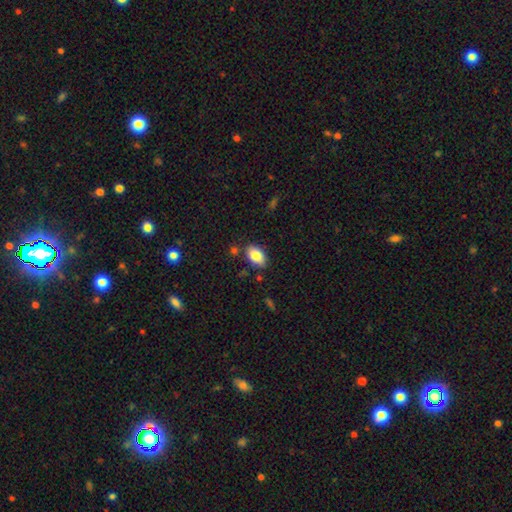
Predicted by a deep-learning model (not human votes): A smooth galaxy with no disk features (84%) that is in between round and cigar-shaped (91%). Merging: none (81%).